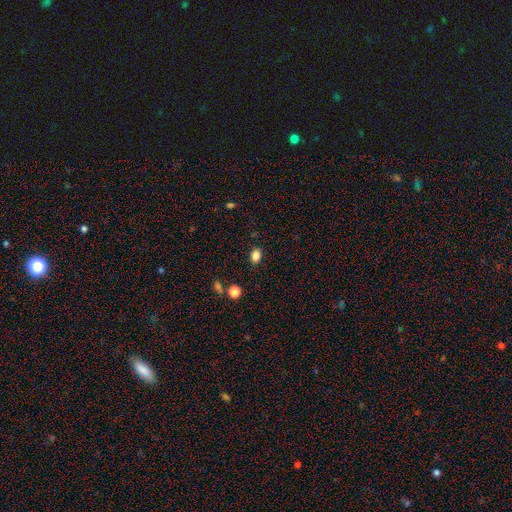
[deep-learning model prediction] Overall: smooth (83%). How rounded: in between (73%). Merging: none (86%).